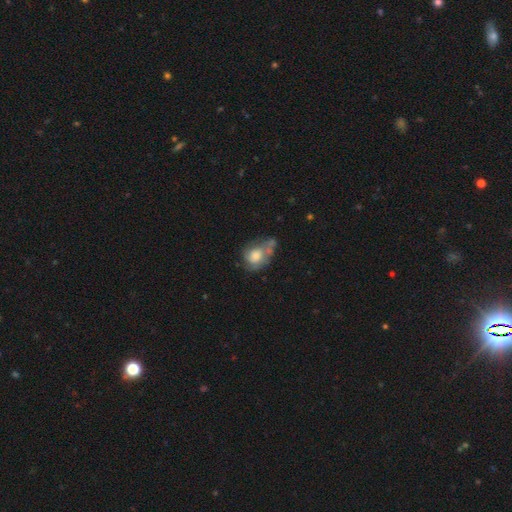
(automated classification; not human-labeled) Q: Smooth or featured?
A: smooth (48%); runner-up: featured or disk (43%)
Q: Merging?
A: none (33%); runner-up: minor disturbance (28%)